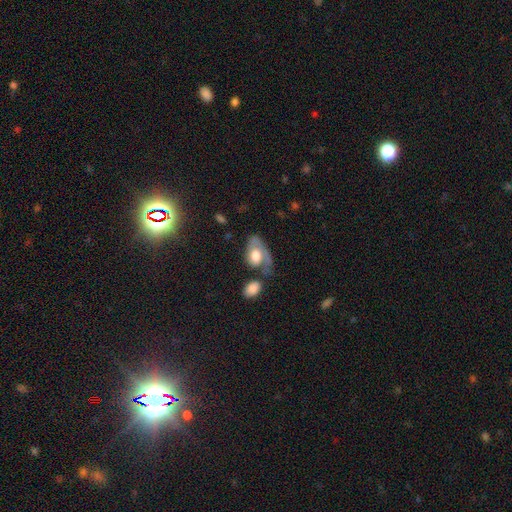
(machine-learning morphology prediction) The model was most divided on "merging": major disturbance: 34%, none: 25%, minor disturbance: 23%, merger: 19%. More confident: how rounded — in between (90%); smooth or featured — smooth (51%).